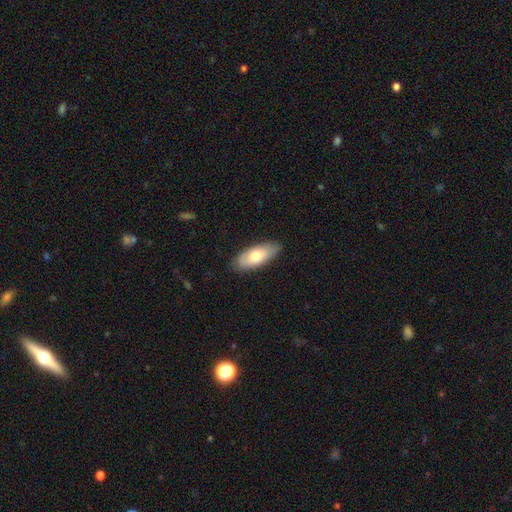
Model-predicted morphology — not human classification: Overall: smooth (70%). How rounded: in between (84%). Merging: none (83%).